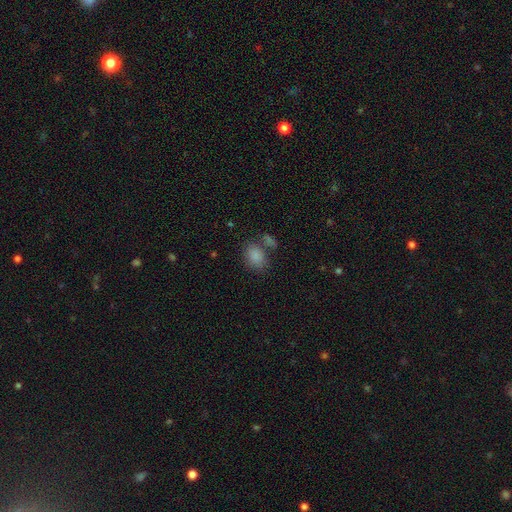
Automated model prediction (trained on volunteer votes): Q: Smooth or featured?
A: smooth (84%); runner-up: star or artifact (9%)
Q: How rounded?
A: in between (73%); runner-up: round (25%)
Q: Merging?
A: none (60%); runner-up: merger (19%)